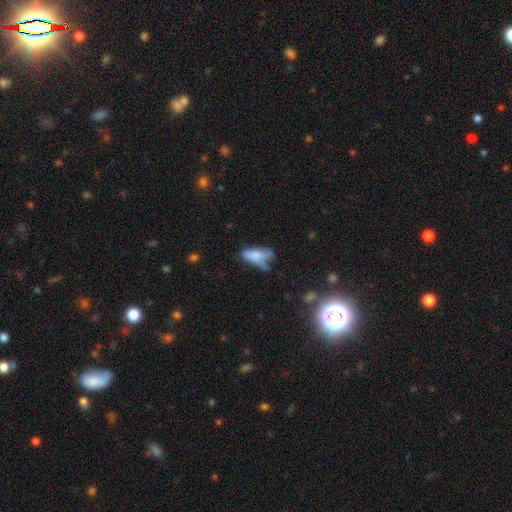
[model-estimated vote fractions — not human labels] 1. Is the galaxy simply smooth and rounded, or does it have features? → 65% smooth, 23% featured or disk, 12% star or artifact.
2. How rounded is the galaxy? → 74% in between, 23% cigar-shaped, 4% round.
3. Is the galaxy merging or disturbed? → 29% major disturbance (tied), 29% none (tied), 28% minor disturbance, 14% merger.